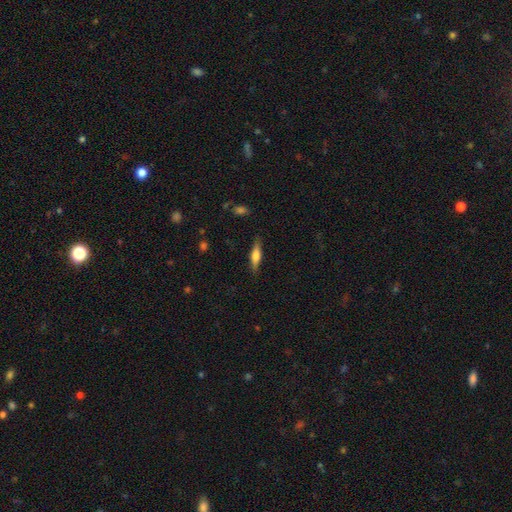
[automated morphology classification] Overall: smooth (59%; featured or disk 34%). How rounded: cigar-shaped (67%; in between 31%). Merging: none (84%).